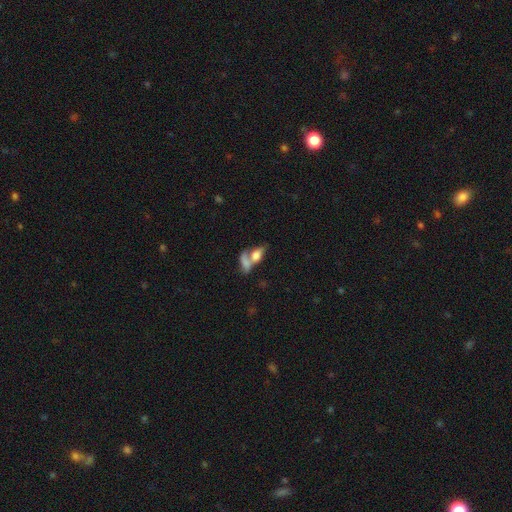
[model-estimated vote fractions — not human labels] This appears to be a smooth galaxy with no disk features (65%) that is in between round and cigar-shaped (77%). Merging: merger (61%).